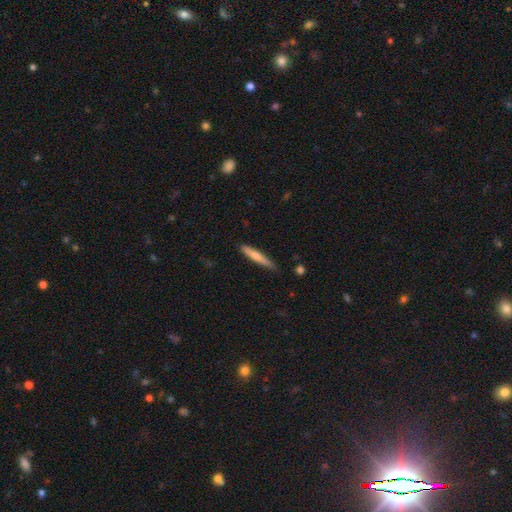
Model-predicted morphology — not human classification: Smooth or featured?
  - smooth: 62% *
  - featured or disk: 32%
  - star or artifact: 5%
How rounded?
  - cigar-shaped: 93% *
  - in between: 5%
  - round: 1%
Merging?
  - none: 83% *
  - minor disturbance: 13%
  - major disturbance: 2%
  - merger: 1%